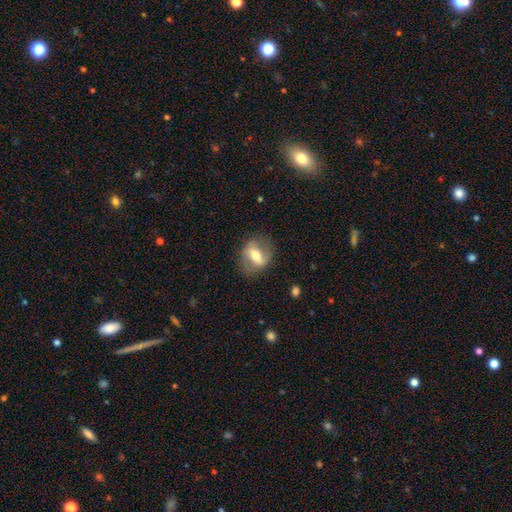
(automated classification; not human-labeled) Smooth or featured?
  - featured or disk: 53% *
  - smooth: 40%
  - star or artifact: 8%
Edge-on disk?
  - no: 80% *
  - yes: 20%
Merging?
  - none: 77% *
  - minor disturbance: 15%
  - major disturbance: 7%
  - merger: 1%